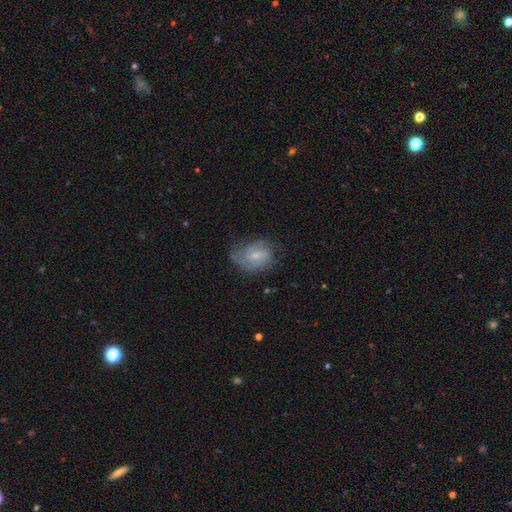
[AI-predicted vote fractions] A featured or disk galaxy (67%) with a weak bar (48%), 2 (34%, tied with can't tell) medium (43%) spiral arms (87%) and a small central bulge (58%). Merging: none (58%).